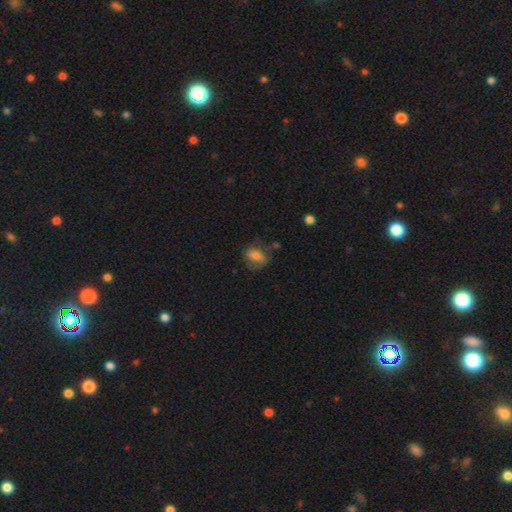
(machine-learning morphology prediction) Overall: smooth (71%). How rounded: in between (77%). Merging: none (55%; minor disturbance 26%).